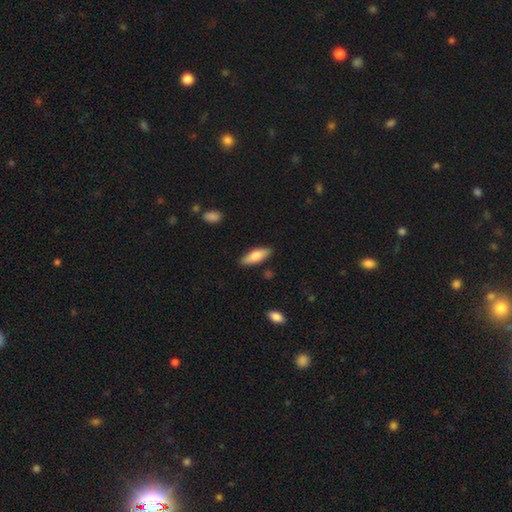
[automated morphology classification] A smooth galaxy with no disk features (73%) that is in between round and cigar-shaped (62%). Merging: none (86%).